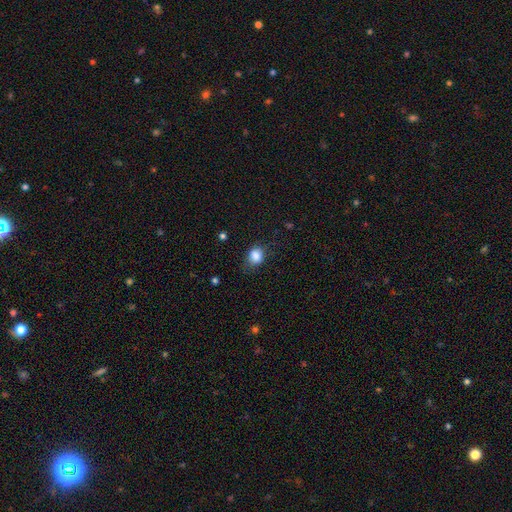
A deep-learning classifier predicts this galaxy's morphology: Overall: smooth (85%). How rounded: round (51%; in between 48%). Merging: none (67%).